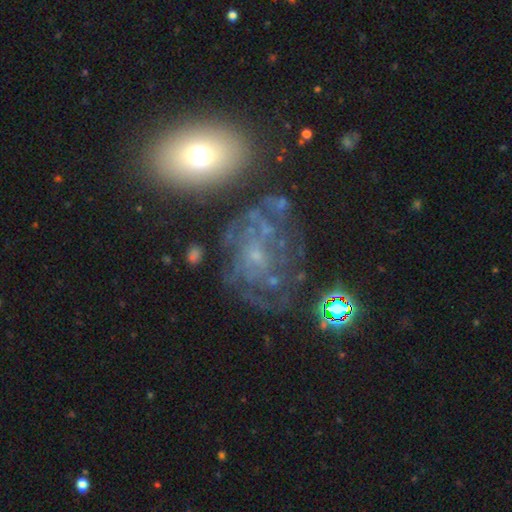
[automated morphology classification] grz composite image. It shows a featured or disk galaxy (63%) with no bar (80%), spiral arms (51%) and a small central bulge (58%). Merging: none (42%).